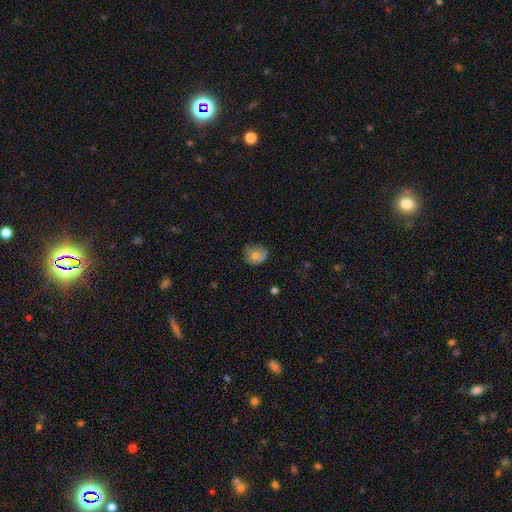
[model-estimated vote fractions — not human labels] This is likely a smooth galaxy (70%). How rounded: likely round (69%). Merging: possibly none (56%).